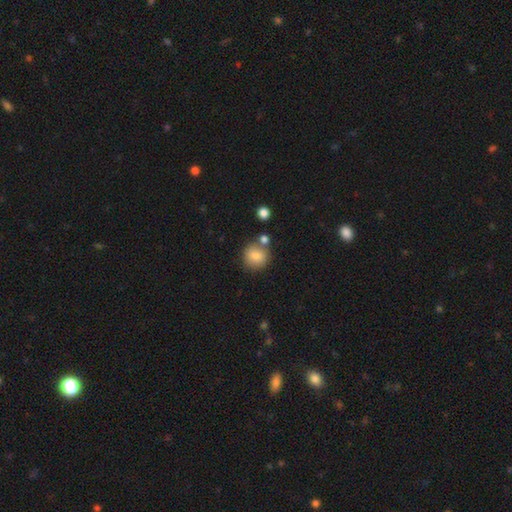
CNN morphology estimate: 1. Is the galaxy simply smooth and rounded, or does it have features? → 83% smooth, 9% star or artifact, 8% featured or disk.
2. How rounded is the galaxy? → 86% round, 13% in between, 1% cigar-shaped.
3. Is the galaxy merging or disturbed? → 68% none, 17% merger, 11% minor disturbance, 3% major disturbance.